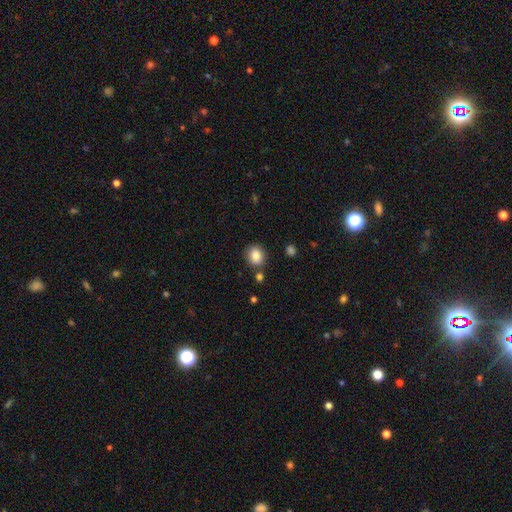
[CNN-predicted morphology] Smooth or featured?
  - smooth: 85% *
  - star or artifact: 9%
  - featured or disk: 5%
How rounded?
  - round: 68% *
  - in between: 31%
  - cigar-shaped: 1%
Merging?
  - none: 79% *
  - minor disturbance: 11%
  - merger: 7%
  - major disturbance: 3%